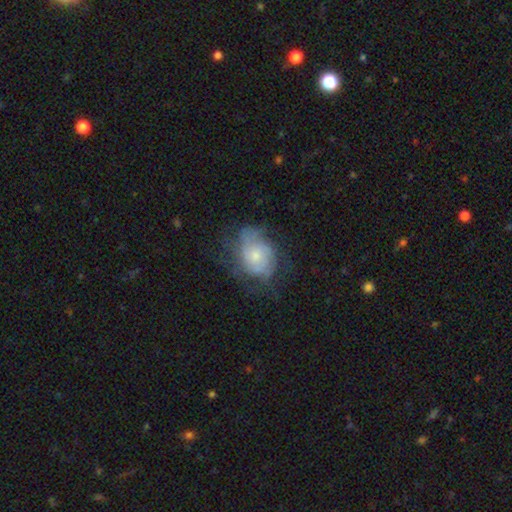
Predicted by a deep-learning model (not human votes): Smooth or featured?
  - featured or disk: 60% *
  - smooth: 32%
  - star or artifact: 8%
Edge-on disk?
  - no: 97% *
  - yes: 3%
Bar?
  - no: 80% *
  - weak: 18%
  - strong: 2%
Spiral arms?
  - yes: 76% *
  - no: 24%
Bulge size?
  - small: 49% *
  - moderate: 40%
  - large: 5%
  - none: 4%
  - dominant: 1%
Merging?
  - none: 50% *
  - minor disturbance: 27%
  - major disturbance: 22%
  - merger: 2%